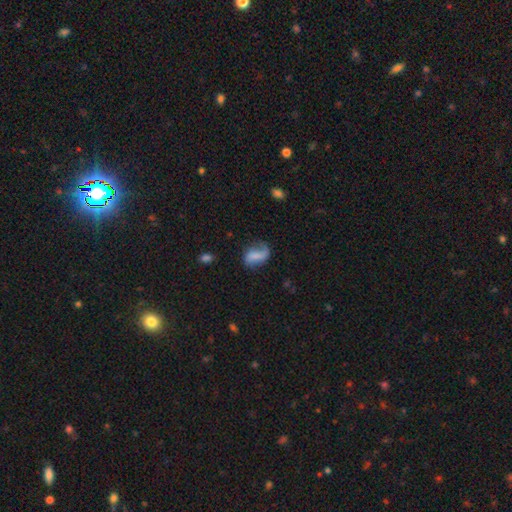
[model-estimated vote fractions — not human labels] A smooth galaxy with no disk features (54%) that is in between round and cigar-shaped (81%). Merging: none (52%).